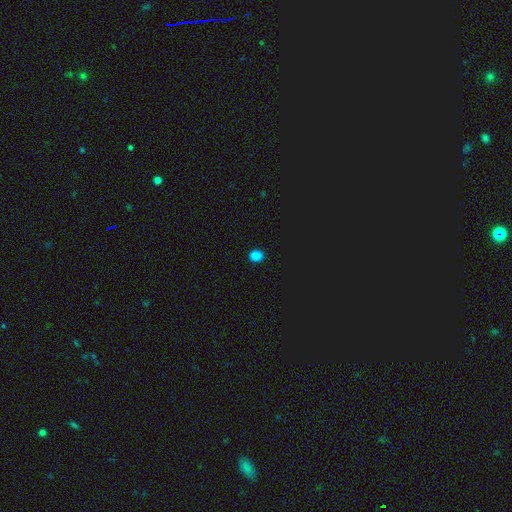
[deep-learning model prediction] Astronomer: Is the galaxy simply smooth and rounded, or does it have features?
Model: smooth — 82%.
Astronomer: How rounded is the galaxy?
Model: round — 76%.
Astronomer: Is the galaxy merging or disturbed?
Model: none — 91%.